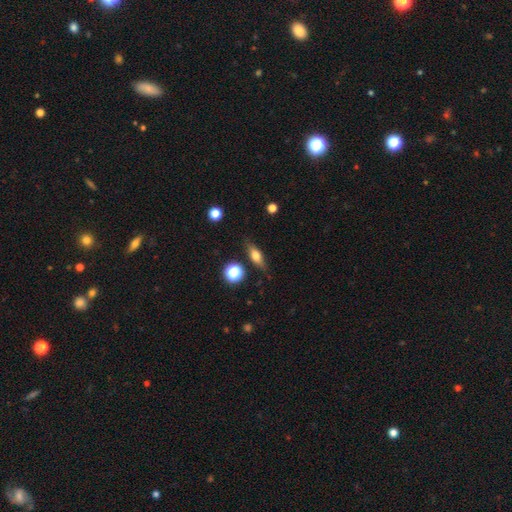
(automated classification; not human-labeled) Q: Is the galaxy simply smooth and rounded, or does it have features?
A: smooth — 61%.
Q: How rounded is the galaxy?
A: in between — 57%.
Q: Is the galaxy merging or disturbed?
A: none — 77%.